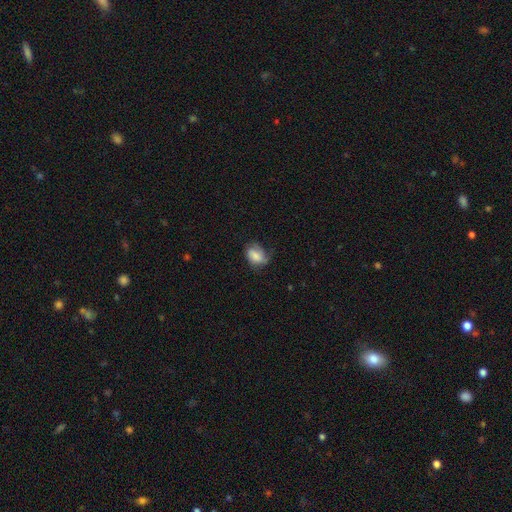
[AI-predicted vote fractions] Overall: smooth (66%). How rounded: in between (77%). Merging: none (45%; minor disturbance 34%).